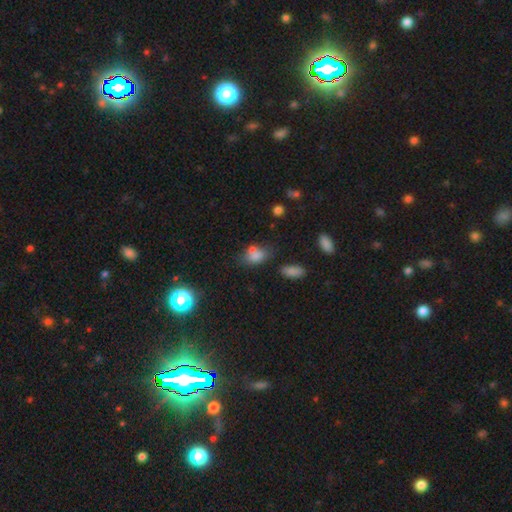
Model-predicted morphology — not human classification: smooth_or_featured: smooth (p=0.73) [alt: star or artifact p=0.15]
how_rounded: in between (p=0.77) [alt: round p=0.21]
merging: none (p=0.46) [alt: merger p=0.30]